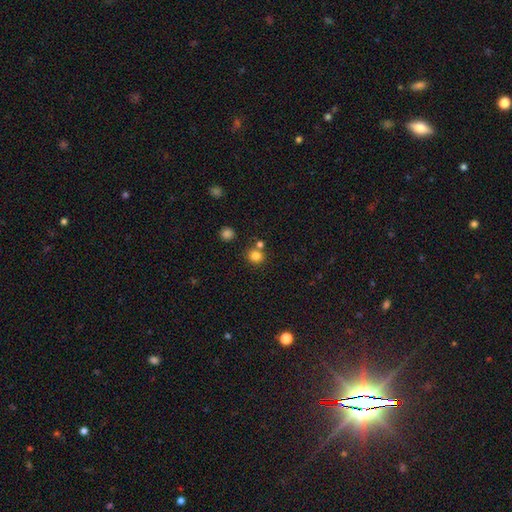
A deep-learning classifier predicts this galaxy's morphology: A smooth galaxy with no disk features (82%) that is round (84%).

Vote fractions:
- Smooth or featured? smooth: 82% / star or artifact: 13% / featured or disk: 5%
- How rounded? round: 84% / in between: 15% / cigar-shaped: 1%
- Merging? none: 72% / merger: 16% / minor disturbance: 9% / major disturbance: 3%